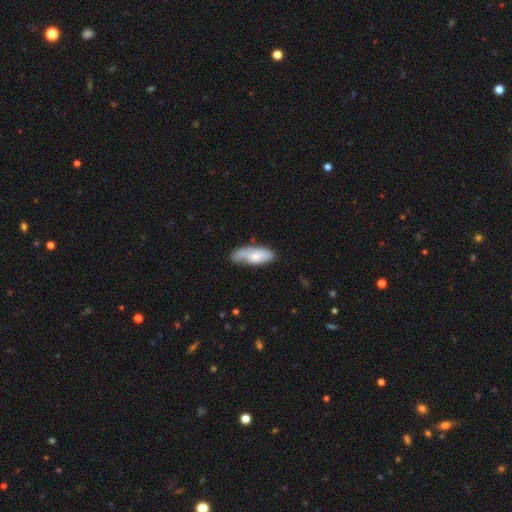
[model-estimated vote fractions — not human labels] This is likely a smooth galaxy (68%). How rounded: likely in between (75%). Merging: marginally none (44%).